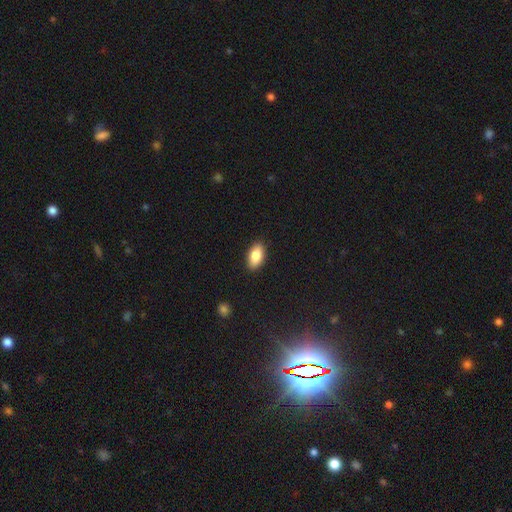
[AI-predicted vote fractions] The model was most divided on "smooth or featured": smooth: 86%, featured or disk: 7%, star or artifact: 7%. More confident: how rounded — in between (92%); merging — none (89%).